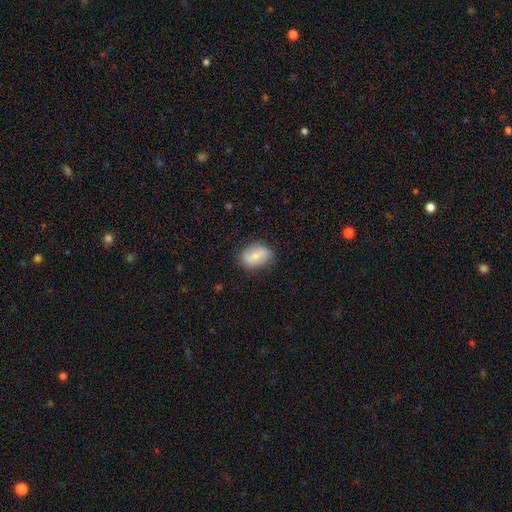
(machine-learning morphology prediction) smooth_or_featured: smooth (p=0.60) [alt: featured or disk p=0.33]
how_rounded: in between (p=0.78) [alt: round p=0.21]
merging: none (p=0.75) [alt: minor disturbance p=0.19]